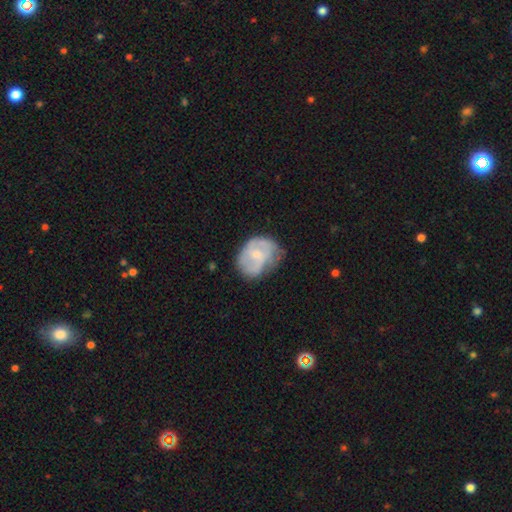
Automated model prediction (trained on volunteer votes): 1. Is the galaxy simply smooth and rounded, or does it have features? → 56% featured or disk, 37% smooth, 6% star or artifact.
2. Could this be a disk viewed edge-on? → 97% no, 3% yes.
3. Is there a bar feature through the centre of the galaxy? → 62% no, 32% weak, 6% strong.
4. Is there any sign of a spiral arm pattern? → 67% yes, 33% no.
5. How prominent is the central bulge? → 59% small, 33% moderate, 5% none, 1% large, 1% dominant.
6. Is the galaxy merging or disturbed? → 47% none, 34% minor disturbance, 17% major disturbance, 2% merger.